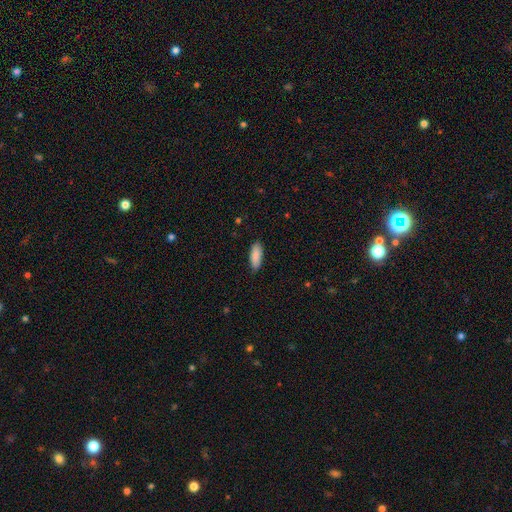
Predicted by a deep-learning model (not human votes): Q: Smooth or featured?
A: smooth (89%); runner-up: star or artifact (6%)
Q: How rounded?
A: in between (76%); runner-up: cigar-shaped (23%)
Q: Merging?
A: none (84%); runner-up: minor disturbance (13%)